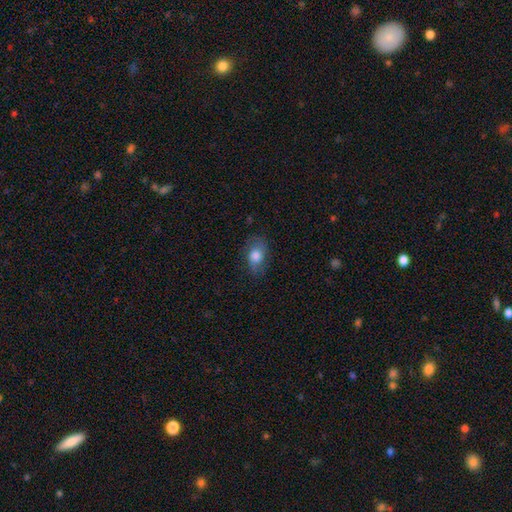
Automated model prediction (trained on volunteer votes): smooth-or-featured: smooth: 63% | featured or disk: 29% | star or artifact: 8%
  how-rounded: in between: 78% | round: 21% | cigar-shaped: 2%
  merging: none: 70% | minor disturbance: 21% | major disturbance: 8% | merger: 1%